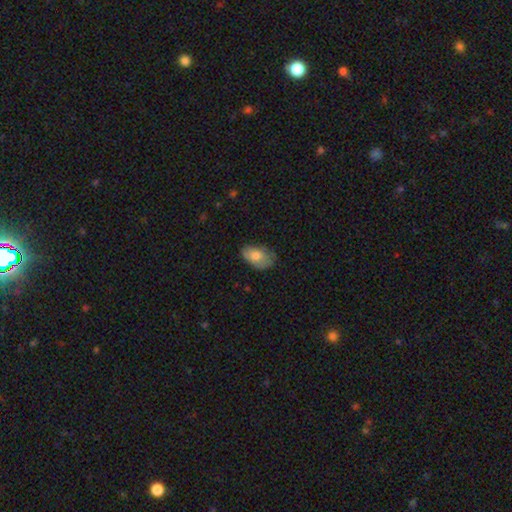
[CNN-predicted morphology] type=smooth (74%); roundness=in between (90%); merging=none (61%).